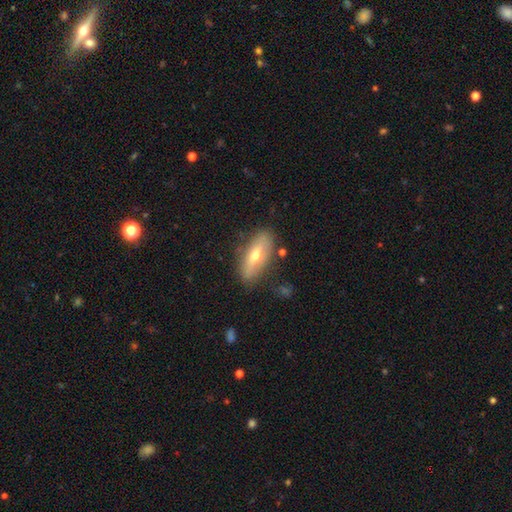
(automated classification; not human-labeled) This is possibly a smooth galaxy (52%). How rounded: likely in between (71%). Merging: likely none (80%).